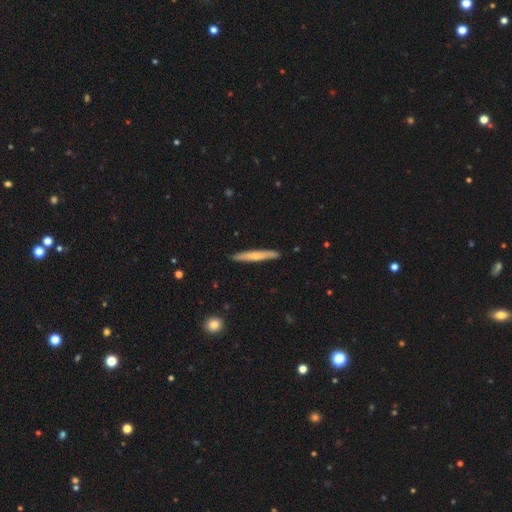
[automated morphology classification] type=smooth (55%); roundness=cigar-shaped (95%); merging=none (90%).